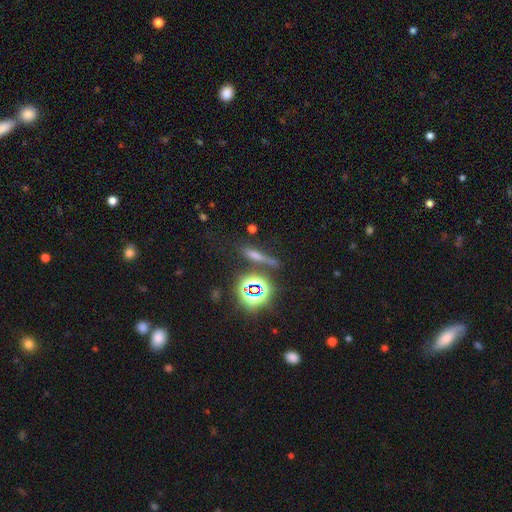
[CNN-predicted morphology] A smooth galaxy with no disk features (48%).

Vote fractions:
- Smooth or featured? smooth: 48% / star or artifact: 34% / featured or disk: 18%
- Merging? none: 69% / minor disturbance: 15% / merger: 10% / major disturbance: 7%